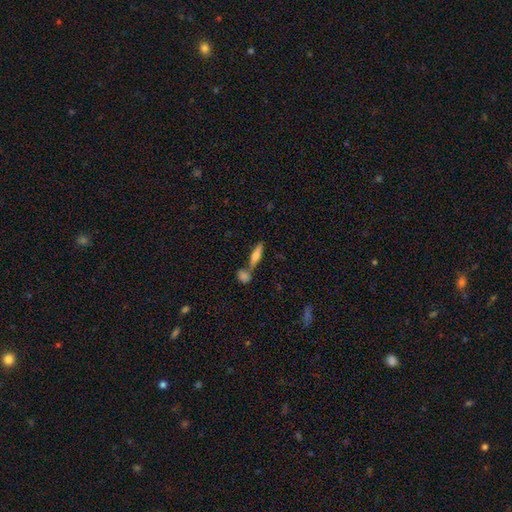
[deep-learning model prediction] Morphology: type=smooth (56%); roundness=cigar-shaped (68%); merging=none (62%).